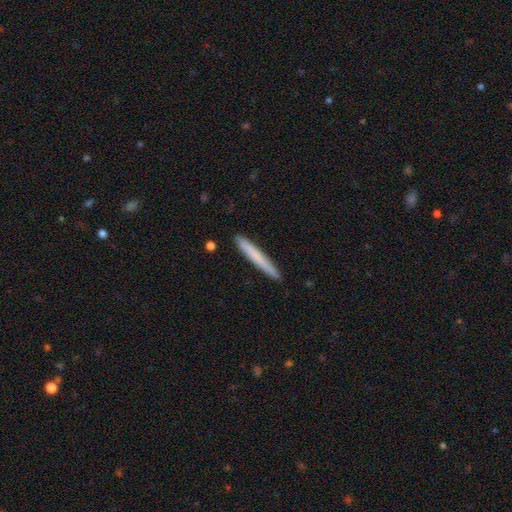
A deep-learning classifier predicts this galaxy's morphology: smooth_or_featured: smooth (p=0.72) [alt: featured or disk p=0.22]
how_rounded: cigar-shaped (p=0.97) [alt: in between p=0.02]
merging: none (p=0.91) [alt: minor disturbance p=0.07]